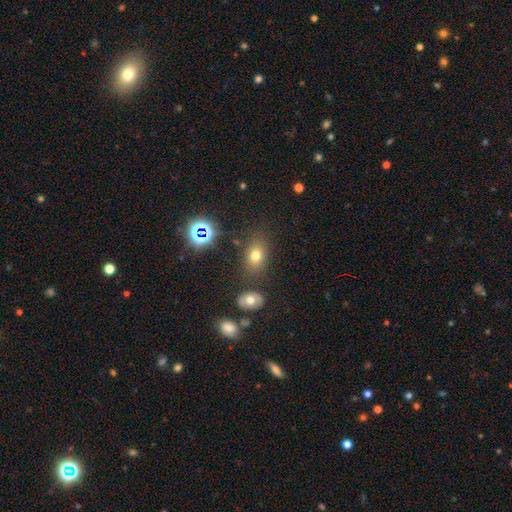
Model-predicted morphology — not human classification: This is likely a smooth galaxy (69%). How rounded: likely in between (77%). Merging: likely none (75%).